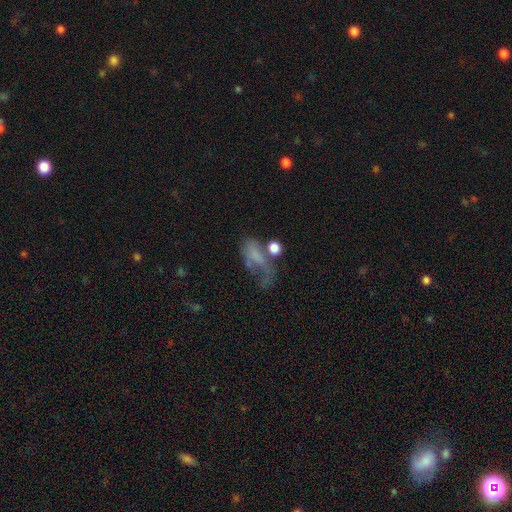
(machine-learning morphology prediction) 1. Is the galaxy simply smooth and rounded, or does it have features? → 53% smooth, 32% featured or disk, 15% star or artifact.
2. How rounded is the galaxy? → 81% in between, 12% round, 7% cigar-shaped.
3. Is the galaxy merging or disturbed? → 44% major disturbance, 22% none, 18% minor disturbance, 16% merger.